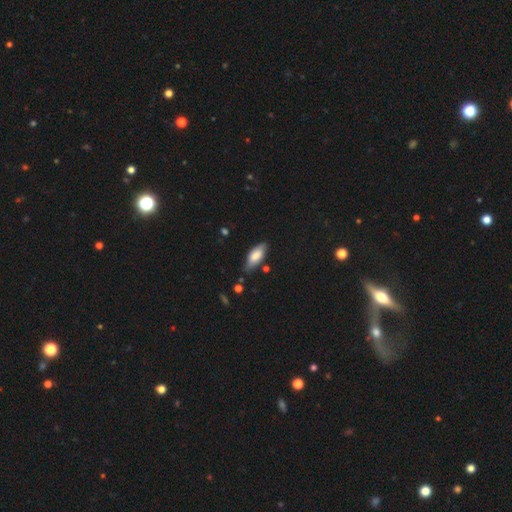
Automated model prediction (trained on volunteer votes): A smooth galaxy with no disk features (75%) that is in between round and cigar-shaped (78%). Merging: none (71%).